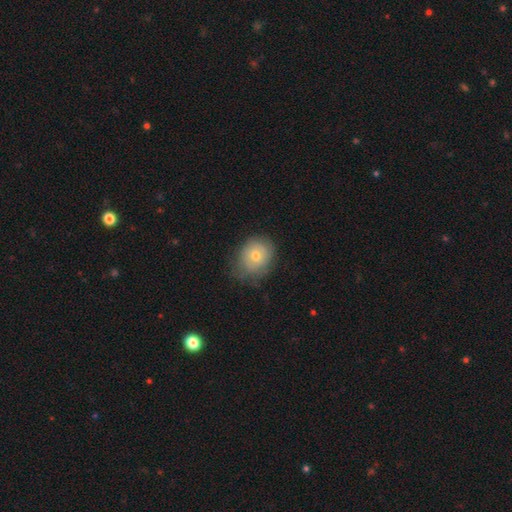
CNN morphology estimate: Smooth or featured? smooth (58%)
How rounded? round (59%)
Merging? none (63%)